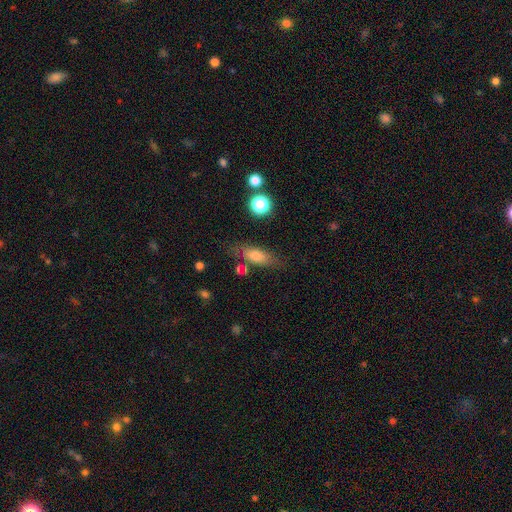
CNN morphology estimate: Smooth or featured? smooth (72%)
How rounded? in between (71%)
Merging? none (69%)